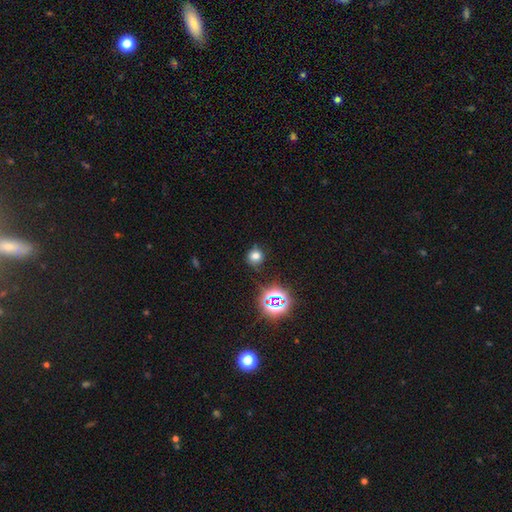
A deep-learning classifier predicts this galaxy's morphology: smooth 69%, star or artifact 24%, featured or disk 7%. Down the decision tree: how rounded — round (86%); merging — none (81%).